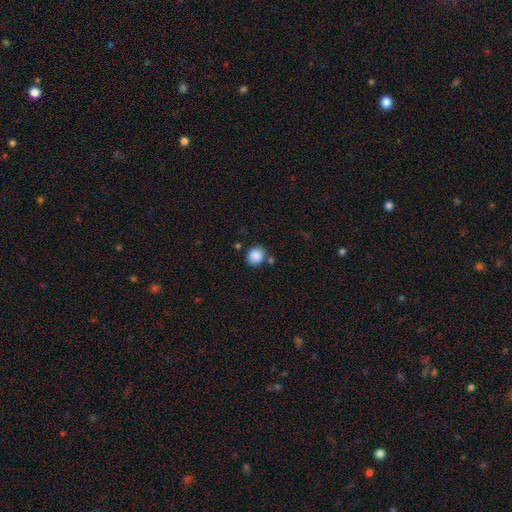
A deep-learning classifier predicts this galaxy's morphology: This appears to be a smooth galaxy with no disk features (88%) that is round (78%). Merging: none (76%).